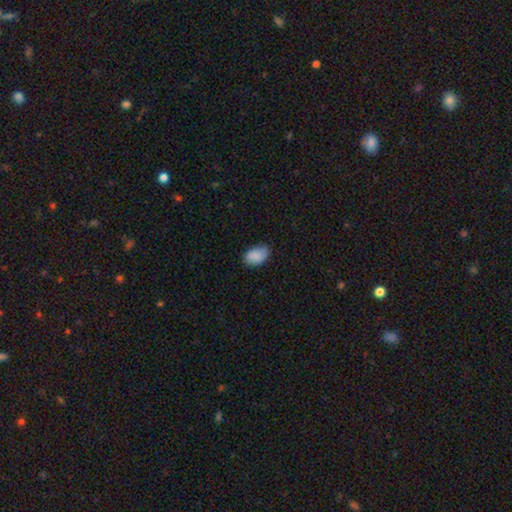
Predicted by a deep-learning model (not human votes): This is clearly a smooth galaxy (87%). How rounded: clearly in between (88%). Merging: likely none (76%).